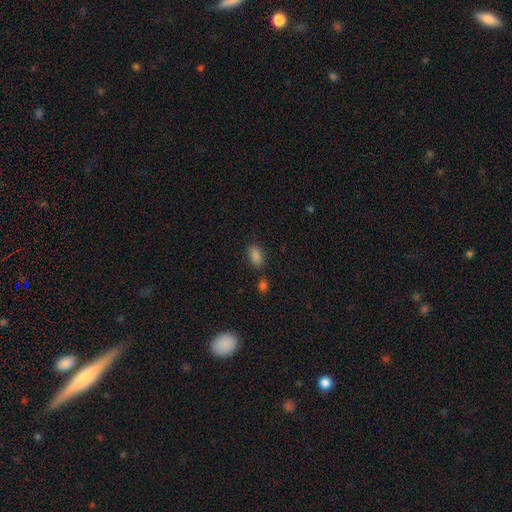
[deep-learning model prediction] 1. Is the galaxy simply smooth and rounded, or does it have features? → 85% smooth, 10% star or artifact, 4% featured or disk.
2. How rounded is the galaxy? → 90% in between, 7% round, 3% cigar-shaped.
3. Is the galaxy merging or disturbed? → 73% none, 14% minor disturbance, 9% merger, 4% major disturbance.